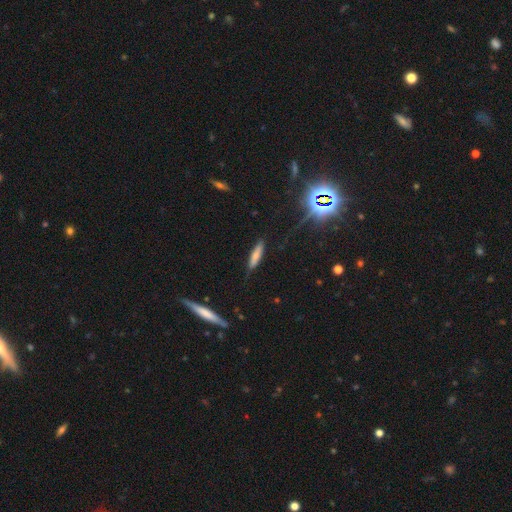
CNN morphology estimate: Smooth or featured? smooth (69%)
How rounded? cigar-shaped (79%)
Merging? none (80%)